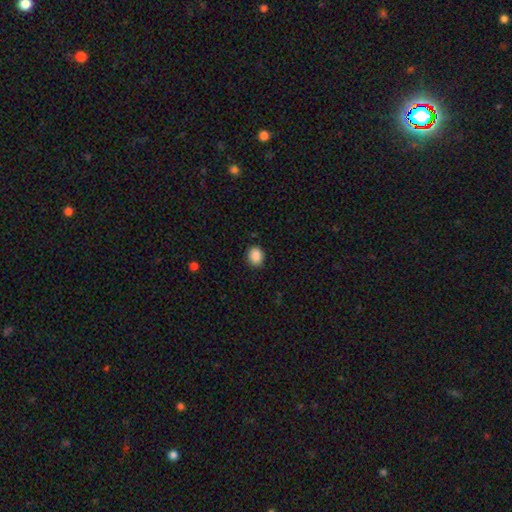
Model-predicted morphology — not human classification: smooth-or-featured: smooth: 89% | star or artifact: 9% | featured or disk: 2%
  how-rounded: round: 55% | in between: 44% | cigar-shaped: 1%
  merging: none: 88% | minor disturbance: 8% | major disturbance: 2% | merger: 1%